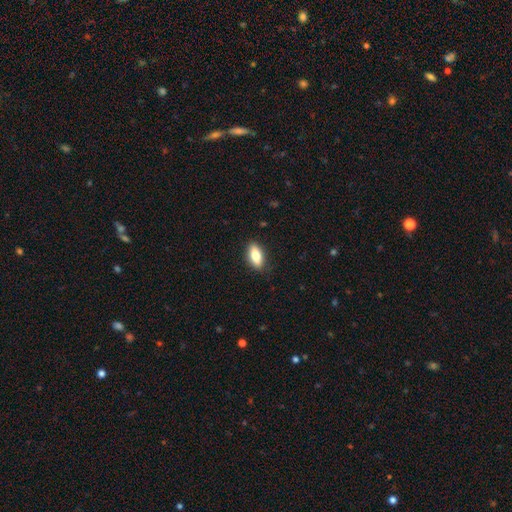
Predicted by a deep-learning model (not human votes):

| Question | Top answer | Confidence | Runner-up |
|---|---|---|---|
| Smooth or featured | smooth | 77% | featured or disk (16%) |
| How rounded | in between | 86% | cigar-shaped (11%) |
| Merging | none | 88% | minor disturbance (9%) |